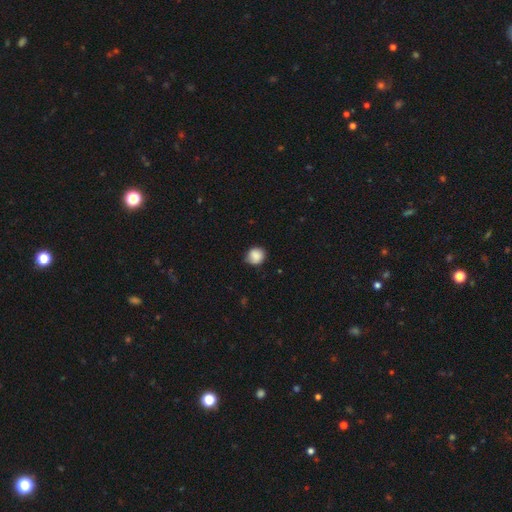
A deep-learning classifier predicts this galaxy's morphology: Smooth or featured: smooth — 86% (star or artifact — 9%)
How rounded: round — 85% (in between — 14%)
Merging: none — 74% (minor disturbance — 21%)